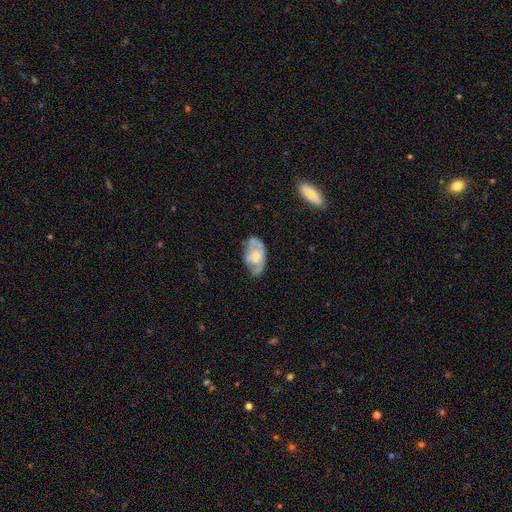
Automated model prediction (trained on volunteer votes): smooth-or-featured: featured or disk: 54% | smooth: 39% | star or artifact: 7%
  disk-edge-on: no: 94% | yes: 6%
    bar: no: 81% | weak: 16% | strong: 3%
    has-spiral-arms: no: 55% | yes: 45%
    bulge-size: moderate: 35% | none: 23% | small: 21% | large: 19% | dominant: 2%
  merging: none: 49% | minor disturbance: 31% | major disturbance: 16% | merger: 4%